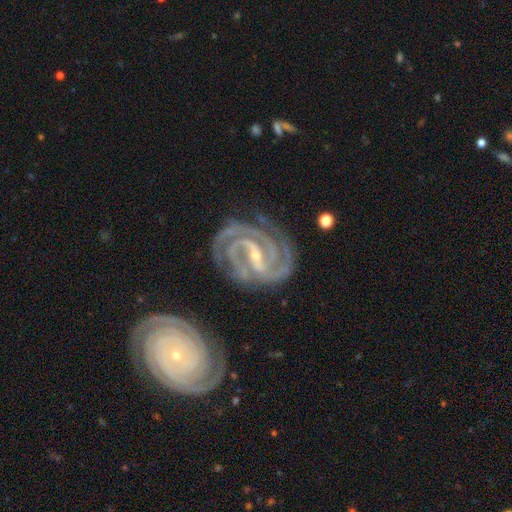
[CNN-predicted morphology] This is clearly a featured or disk galaxy (93%). It is clearly not viewed edge-on (97%). Bar: likely strong (67%). Spiral arm pattern: clearly yes (99%). Spiral arm count: marginally 3 (36%). Spiral winding: likely tight (69%). Central bulge: likely small (74%). Merging: likely none (73%).